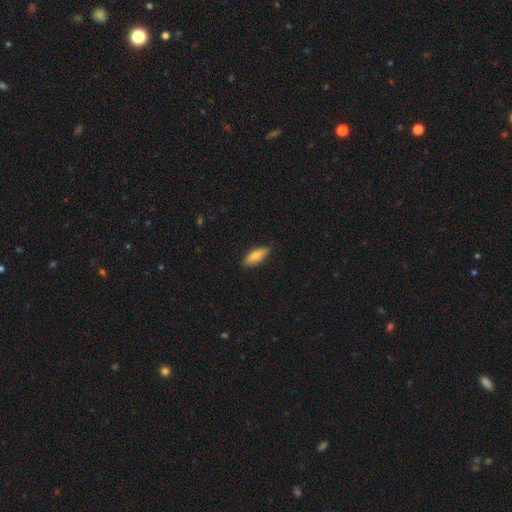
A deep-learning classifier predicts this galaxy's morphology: smooth 77%, featured or disk 17%, star or artifact 6%. Down the decision tree: how rounded — in between (63%); merging — none (80%).